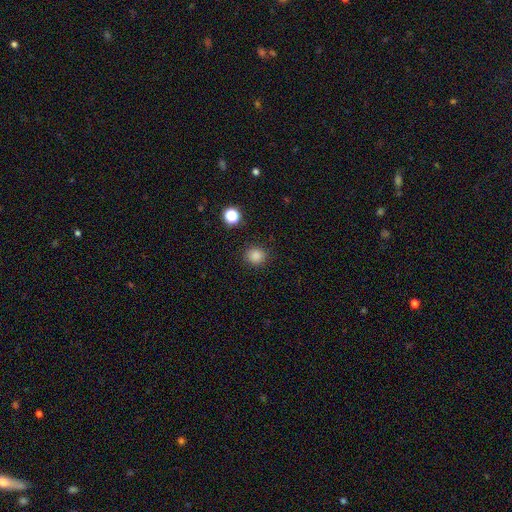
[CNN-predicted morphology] Q: Smooth or featured?
A: smooth (85%); runner-up: star or artifact (12%)
Q: How rounded?
A: round (87%); runner-up: in between (12%)
Q: Merging?
A: none (89%); runner-up: minor disturbance (7%)